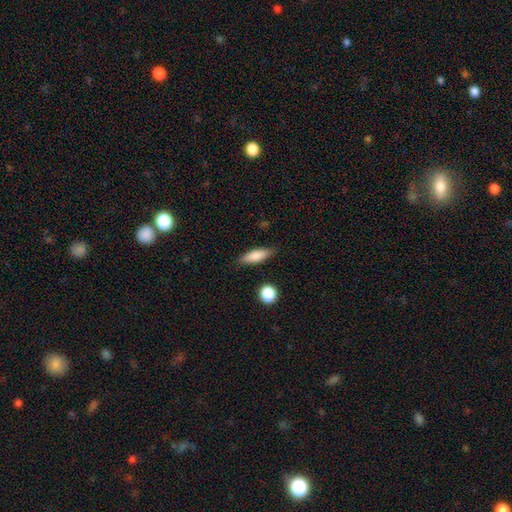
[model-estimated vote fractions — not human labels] This appears to be a smooth galaxy with no disk features (78%) that is in between round and cigar-shaped (55%). Merging: none (82%).